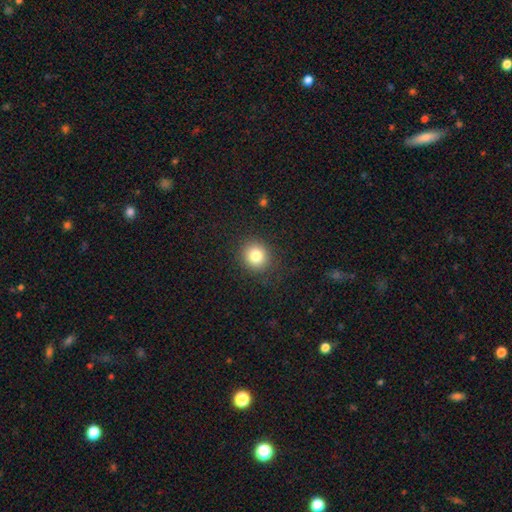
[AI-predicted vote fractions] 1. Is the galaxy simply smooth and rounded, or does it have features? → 82% smooth, 11% star or artifact, 7% featured or disk.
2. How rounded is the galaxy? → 88% round, 11% in between, 1% cigar-shaped.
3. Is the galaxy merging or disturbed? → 89% none, 7% minor disturbance, 3% major disturbance, 1% merger.